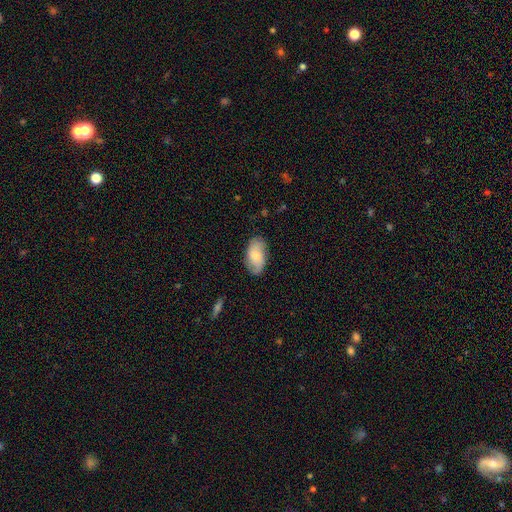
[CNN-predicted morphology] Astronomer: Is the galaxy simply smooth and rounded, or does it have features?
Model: smooth — 56% (runner-up: featured or disk, 37%).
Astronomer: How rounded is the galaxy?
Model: in between — 93%.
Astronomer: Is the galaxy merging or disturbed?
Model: none — 78%.